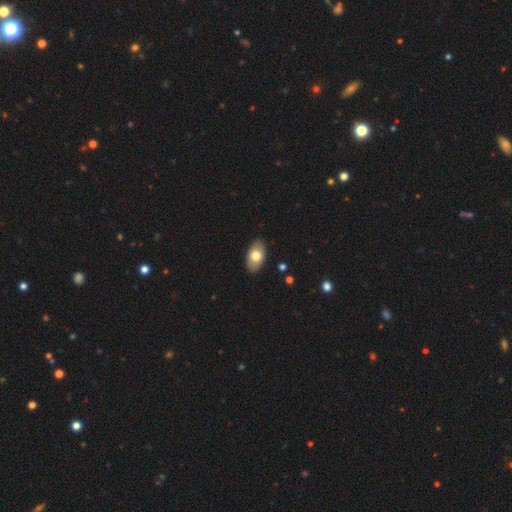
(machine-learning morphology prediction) Smooth or featured? Predicted: smooth (p=0.73). How rounded? Predicted: in between (p=0.93). Merging? Predicted: none (p=0.89).